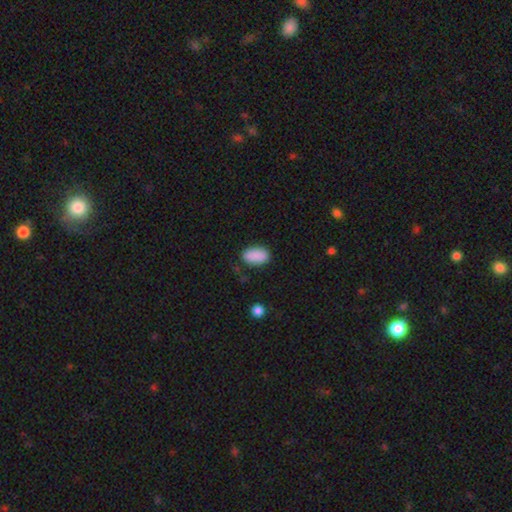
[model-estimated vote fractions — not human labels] Overall: smooth (89%). How rounded: in between (94%). Merging: none (84%).